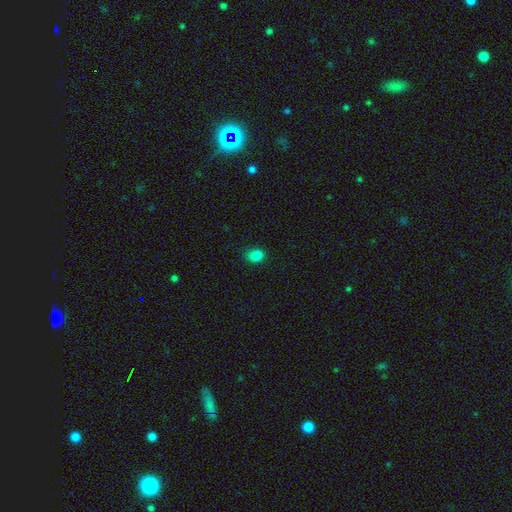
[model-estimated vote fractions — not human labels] Smooth or featured? smooth (85%)
How rounded? in between (53%)
Merging? none (84%)